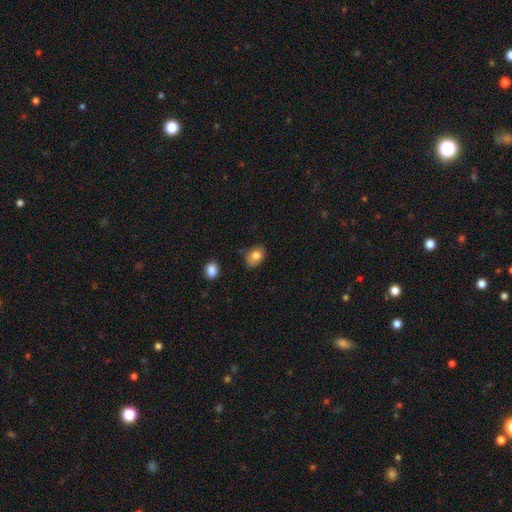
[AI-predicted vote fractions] A smooth galaxy with no disk features (81%) that is in between round and cigar-shaped (65%). Merging: none (69%).